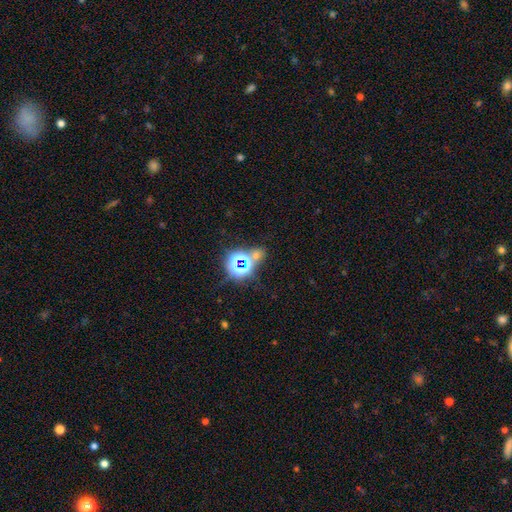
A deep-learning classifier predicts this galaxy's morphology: Q: Smooth or featured?
A: star or artifact (62%); runner-up: smooth (29%)